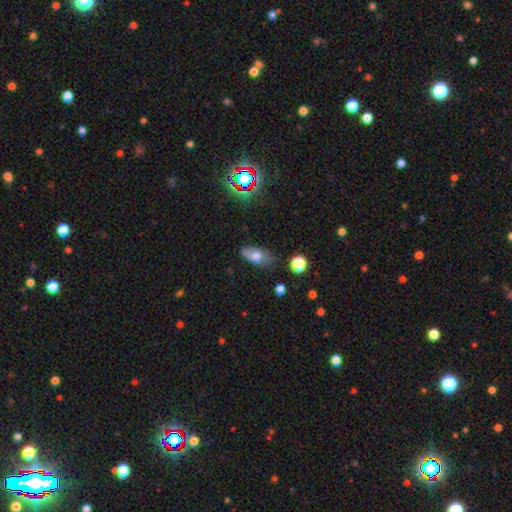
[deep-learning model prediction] The model was most divided on "merging": none: 58%, minor disturbance: 28%, major disturbance: 9%, merger: 4%. More confident: how rounded — in between (86%); smooth or featured — smooth (67%).